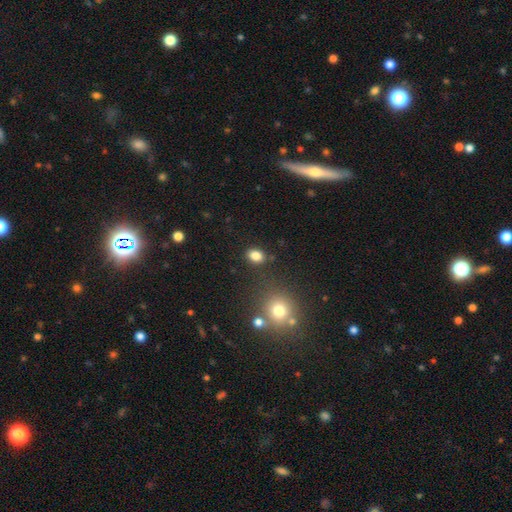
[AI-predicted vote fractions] A smooth galaxy with no disk features (84%) that is in between round and cigar-shaped (70%).

Vote fractions:
- Smooth or featured? smooth: 84% / star or artifact: 11% / featured or disk: 5%
- How rounded? in between: 70% / round: 28% / cigar-shaped: 1%
- Merging? none: 82% / minor disturbance: 11% / merger: 4% / major disturbance: 3%